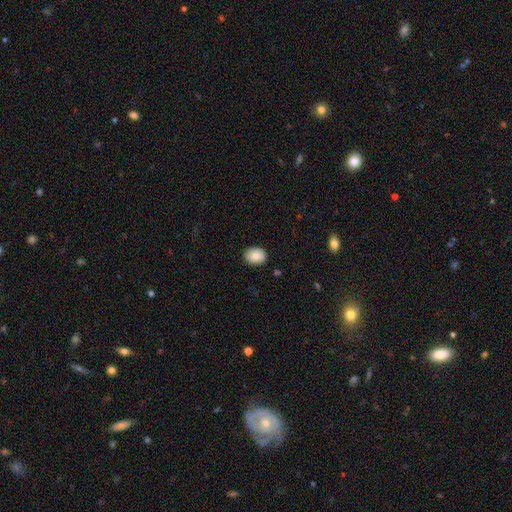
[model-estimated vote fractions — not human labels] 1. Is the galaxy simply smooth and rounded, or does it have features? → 84% smooth, 8% featured or disk, 7% star or artifact.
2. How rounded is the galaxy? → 63% in between, 36% round, 1% cigar-shaped.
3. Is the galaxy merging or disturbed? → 88% none, 9% minor disturbance, 2% major disturbance, 1% merger.